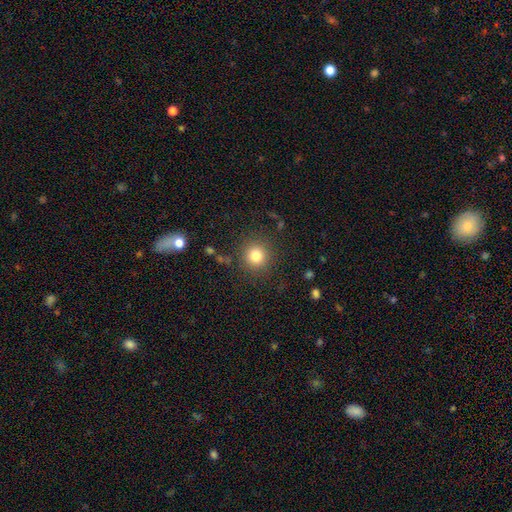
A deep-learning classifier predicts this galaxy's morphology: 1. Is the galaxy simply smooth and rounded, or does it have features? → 81% smooth, 12% star or artifact, 7% featured or disk.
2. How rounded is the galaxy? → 93% round, 6% in between, 1% cigar-shaped.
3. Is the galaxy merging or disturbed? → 87% none, 8% minor disturbance, 3% major disturbance, 2% merger.